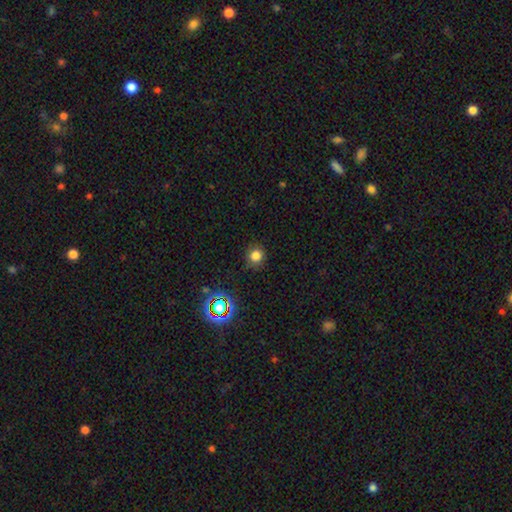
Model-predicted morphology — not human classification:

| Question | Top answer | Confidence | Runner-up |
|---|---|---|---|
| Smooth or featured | smooth | 78% | star or artifact (17%) |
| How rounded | round | 89% | in between (10%) |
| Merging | none | 86% | minor disturbance (9%) |